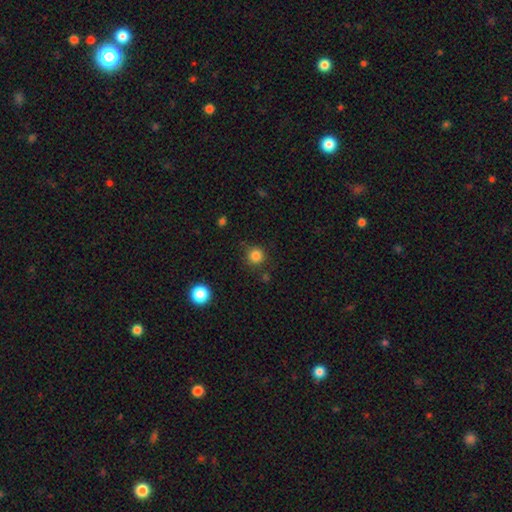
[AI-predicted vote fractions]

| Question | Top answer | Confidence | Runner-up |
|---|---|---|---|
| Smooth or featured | smooth | 83% | star or artifact (13%) |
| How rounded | round | 94% | in between (5%) |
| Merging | none | 86% | minor disturbance (8%) |